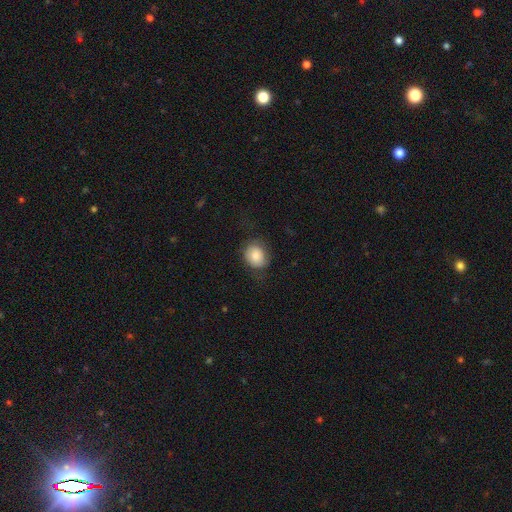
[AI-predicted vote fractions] This appears to be a smooth galaxy with no disk features (79%) that is round (65%). Merging: none (65%).